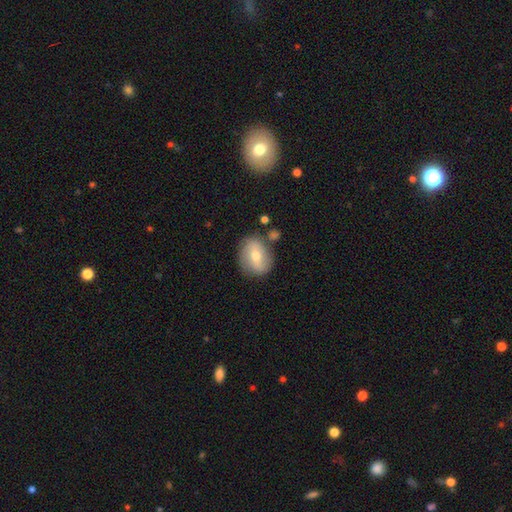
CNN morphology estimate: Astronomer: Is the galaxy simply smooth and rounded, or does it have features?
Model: smooth — 58% (runner-up: featured or disk, 34%).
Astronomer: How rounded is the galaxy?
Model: round — 49%, tied with in between at 49%.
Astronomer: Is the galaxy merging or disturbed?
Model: none — 76%.